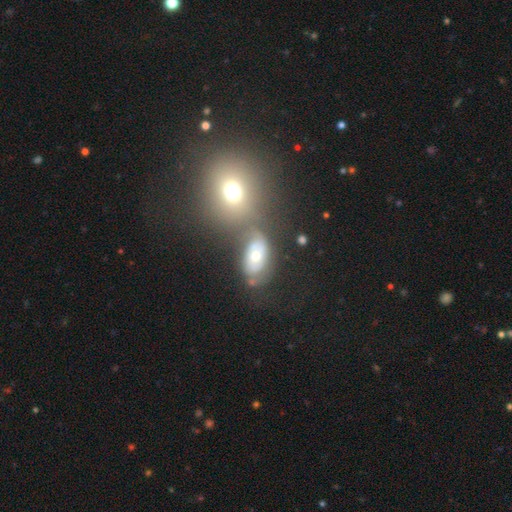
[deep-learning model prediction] smooth_or_featured: featured or disk (p=0.47) [alt: smooth p=0.39]
merging: none (p=0.48) [alt: merger p=0.27]